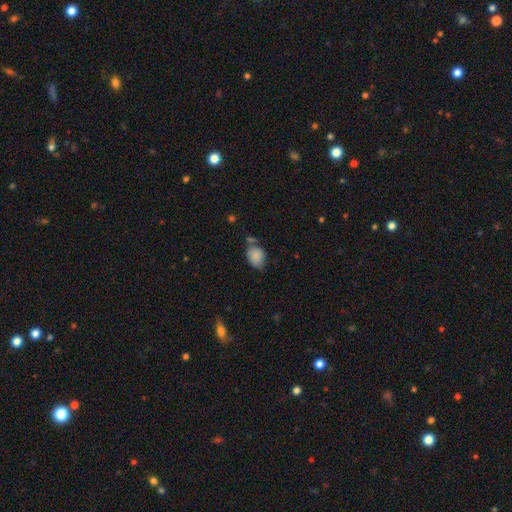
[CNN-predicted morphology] Smooth or featured? smooth (85%)
How rounded? in between (63%)
Merging? none (51%)